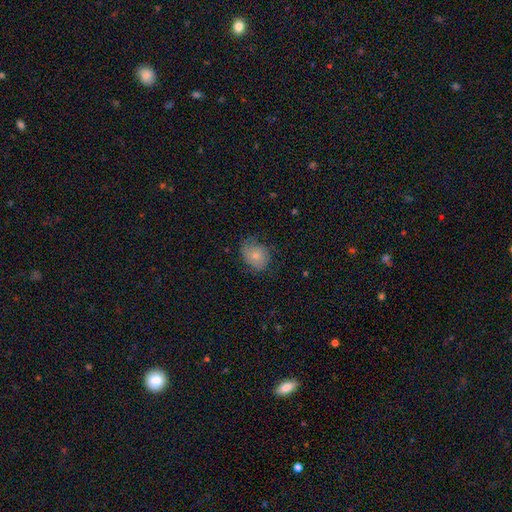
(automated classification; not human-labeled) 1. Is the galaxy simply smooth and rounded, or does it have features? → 59% smooth, 32% featured or disk, 9% star or artifact.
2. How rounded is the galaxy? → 52% round, 47% in between, 1% cigar-shaped.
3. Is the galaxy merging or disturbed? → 57% none, 29% minor disturbance, 13% major disturbance, 1% merger.